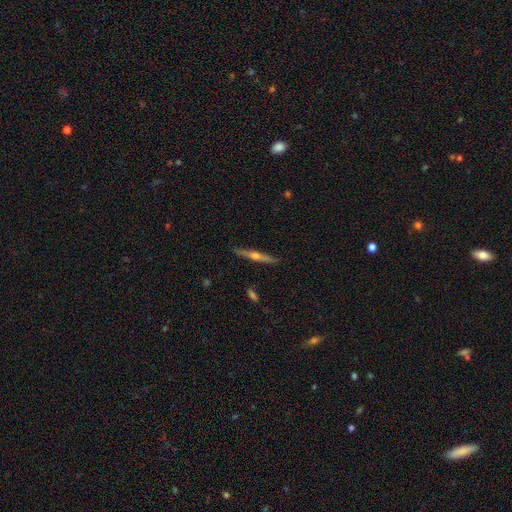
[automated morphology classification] Smooth or featured? featured or disk (73%)
Edge-on disk? yes (98%)
Edge-on bulge? rounded (90%)
Merging? none (90%)